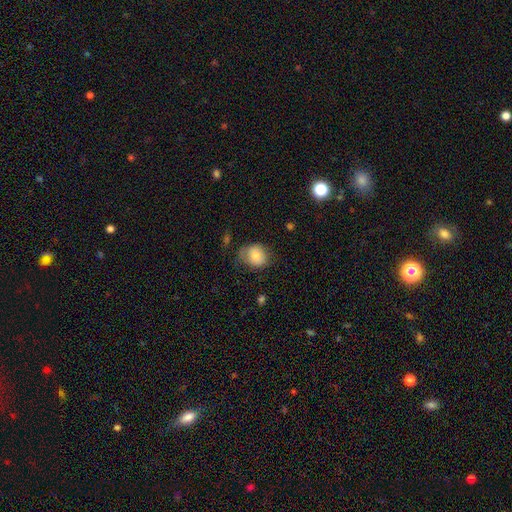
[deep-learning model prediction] smooth_or_featured: smooth (p=0.76) [alt: featured or disk p=0.15]
how_rounded: round (p=0.63) [alt: in between p=0.36]
merging: none (p=0.58) [alt: minor disturbance p=0.27]